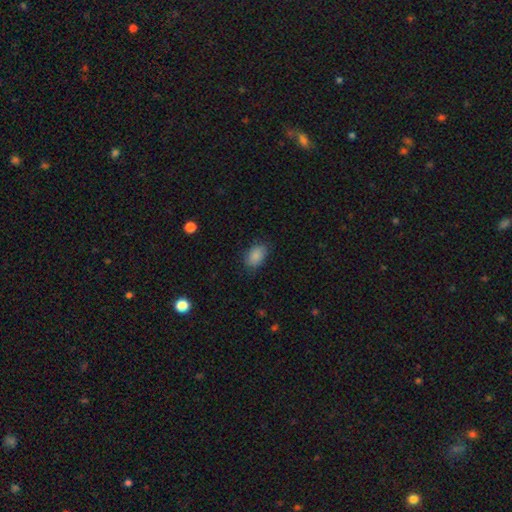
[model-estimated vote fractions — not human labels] A smooth galaxy with no disk features (87%) that is in between round and cigar-shaped (86%). Merging: none (82%).